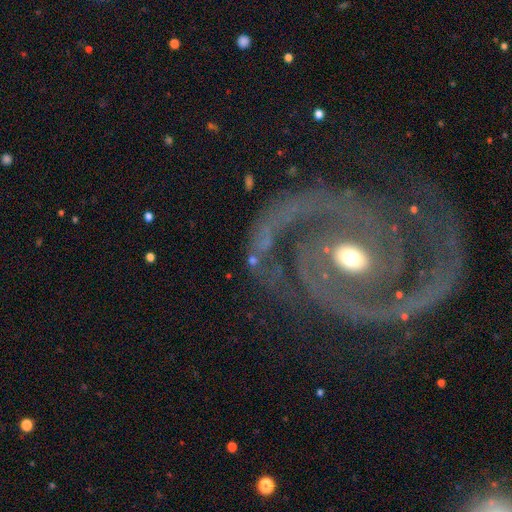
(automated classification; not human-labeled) smooth_or_featured: featured or disk (p=0.85) [alt: smooth p=0.08]
disk_edge_on: no (p=0.97) [alt: yes p=0.03]
bar: no (p=0.52) [alt: weak p=0.29]
has_spiral_arms: yes (p=0.91) [alt: no p=0.09]
spiral_winding: tight (p=0.43) [alt: medium p=0.41]
spiral_arm_count: 2 (p=0.70) [alt: can't tell p=0.10]
bulge_size: moderate (p=0.67) [alt: small p=0.20]
merging: none (p=0.67) [alt: minor disturbance p=0.15]